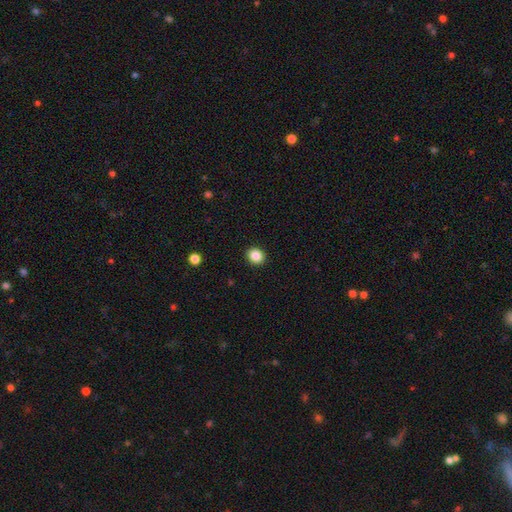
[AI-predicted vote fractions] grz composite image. It shows a smooth galaxy with no disk features (86%) that is round (68%). Merging: none (92%).